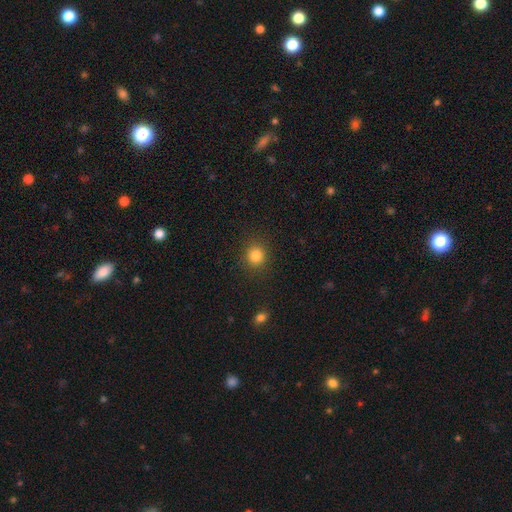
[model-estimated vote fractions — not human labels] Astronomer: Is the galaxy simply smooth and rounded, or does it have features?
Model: smooth — 84%.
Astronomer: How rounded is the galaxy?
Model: round — 90%.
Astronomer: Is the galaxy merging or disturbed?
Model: none — 89%.